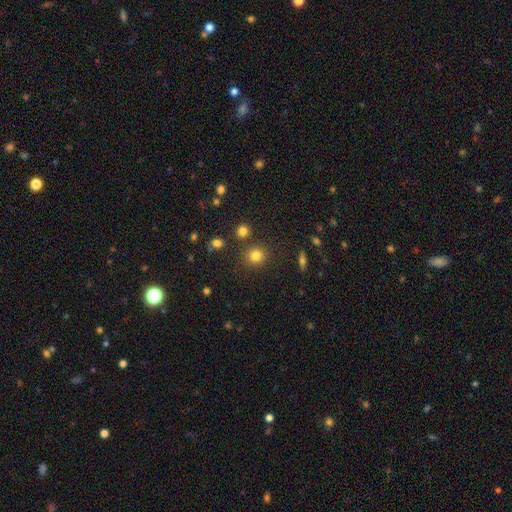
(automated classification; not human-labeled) Smooth or featured?
  - smooth: 81% *
  - star or artifact: 13%
  - featured or disk: 6%
How rounded?
  - round: 86% *
  - in between: 13%
  - cigar-shaped: 1%
Merging?
  - none: 84% *
  - minor disturbance: 8%
  - merger: 5%
  - major disturbance: 3%